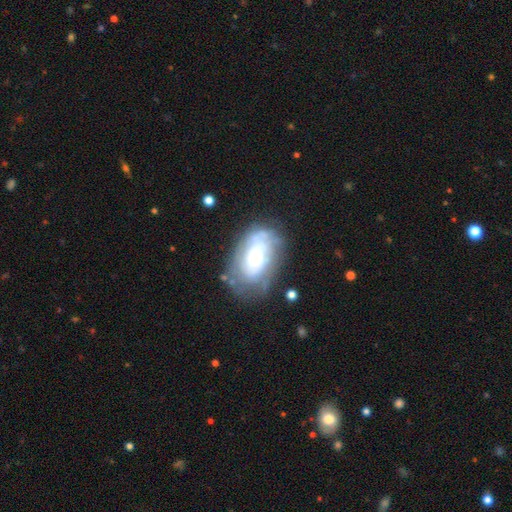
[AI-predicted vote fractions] Smooth or featured?
  - featured or disk: 50% *
  - smooth: 41%
  - star or artifact: 9%
Merging?
  - none: 57% *
  - minor disturbance: 25%
  - major disturbance: 14%
  - merger: 4%